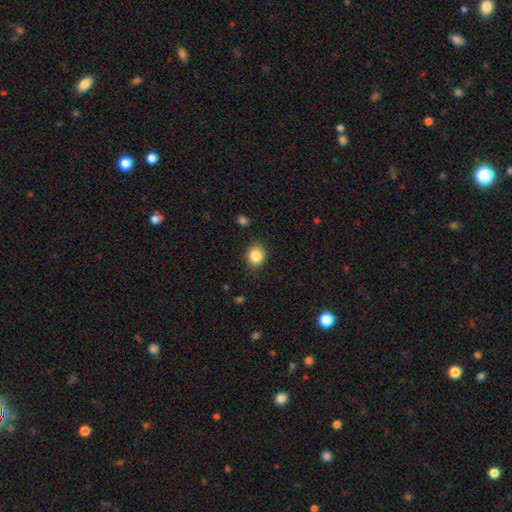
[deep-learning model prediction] smooth 86%, star or artifact 10%, featured or disk 5%. Down the decision tree: how rounded — round (70%); merging — none (88%).